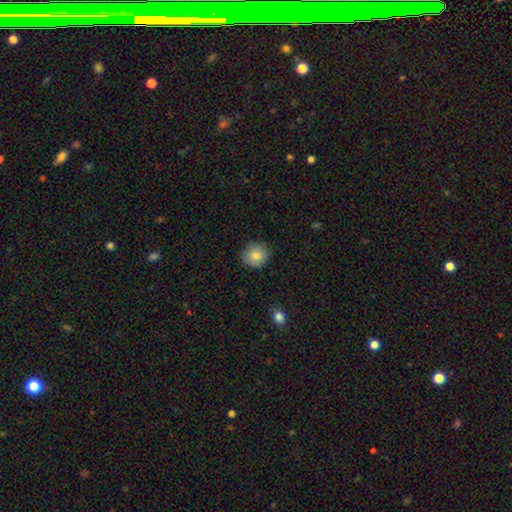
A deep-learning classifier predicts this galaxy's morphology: A smooth galaxy with no disk features (82%) that is round (92%).

Vote fractions:
- Smooth or featured? smooth: 82% / featured or disk: 9% / star or artifact: 9%
- How rounded? round: 92% / in between: 7% / cigar-shaped: 1%
- Merging? none: 86% / minor disturbance: 10% / major disturbance: 2% / merger: 1%